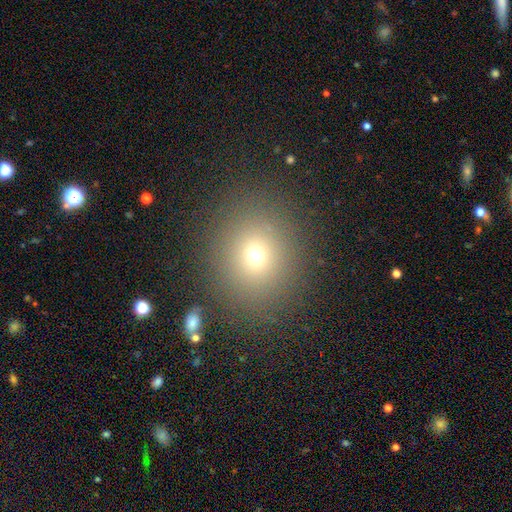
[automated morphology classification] smooth 68%, star or artifact 21%, featured or disk 11%. Down the decision tree: how rounded — round (82%); merging — none (86%).